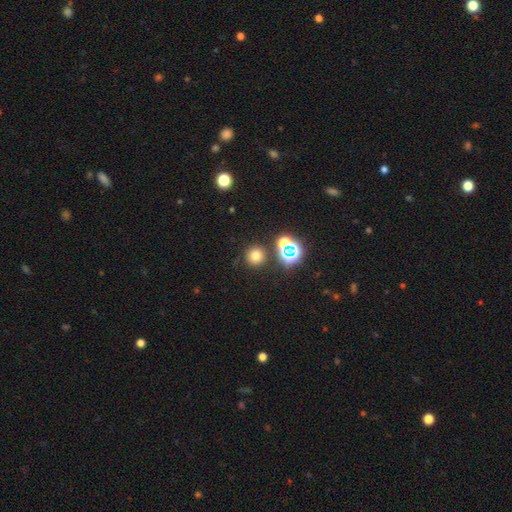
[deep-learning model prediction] A smooth galaxy with no disk features (68%) that is round (93%). Merging: none (85%).